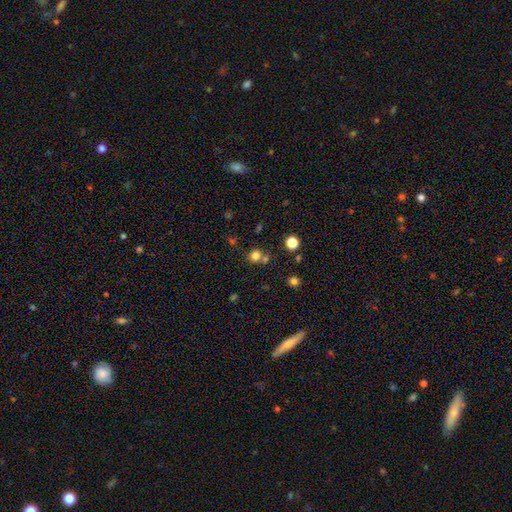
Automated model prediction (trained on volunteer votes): Q: Smooth or featured?
A: smooth (76%); runner-up: star or artifact (17%)
Q: How rounded?
A: round (85%); runner-up: in between (14%)
Q: Merging?
A: none (64%); runner-up: merger (24%)